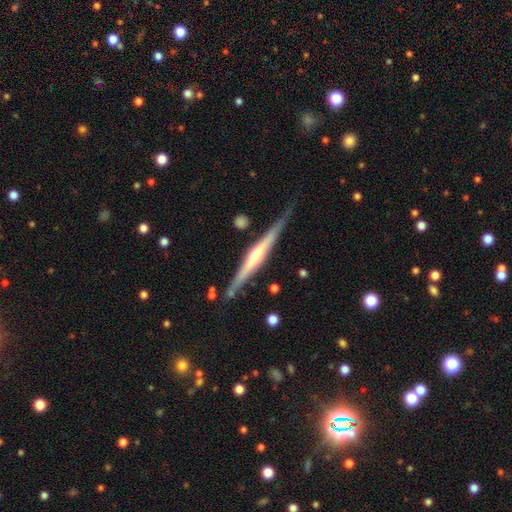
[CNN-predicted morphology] Smooth or featured? featured or disk (72%)
Edge-on disk? yes (97%)
Edge-on bulge? rounded (59%)
Merging? none (78%)